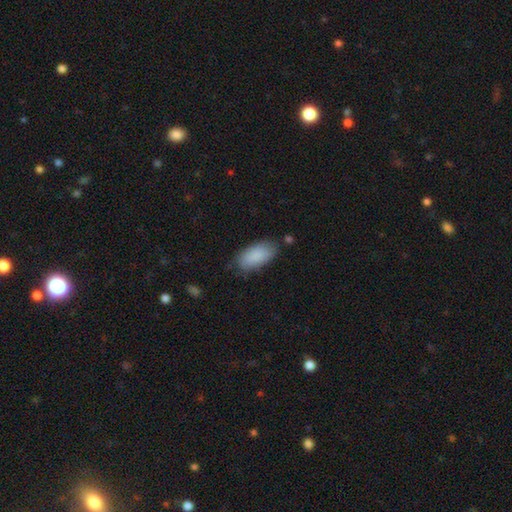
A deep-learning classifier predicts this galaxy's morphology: The model was most divided on "merging": none: 77%, minor disturbance: 17%, major disturbance: 4%, merger: 2%. More confident: how rounded — in between (91%); smooth or featured — smooth (88%).